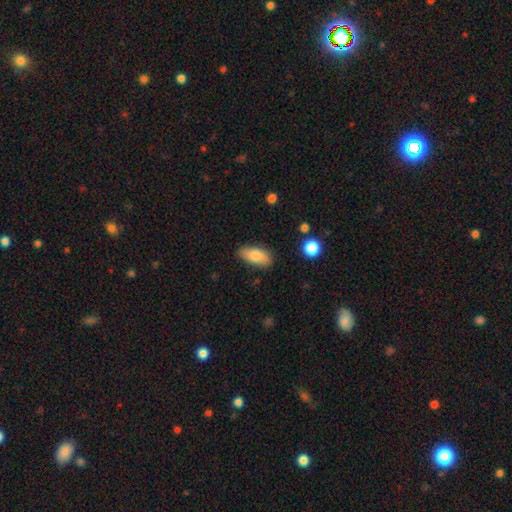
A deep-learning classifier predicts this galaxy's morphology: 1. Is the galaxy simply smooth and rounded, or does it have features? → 83% smooth, 10% featured or disk, 7% star or artifact.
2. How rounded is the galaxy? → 87% in between, 10% cigar-shaped, 3% round.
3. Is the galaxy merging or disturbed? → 81% none, 15% minor disturbance, 3% major disturbance, 2% merger.